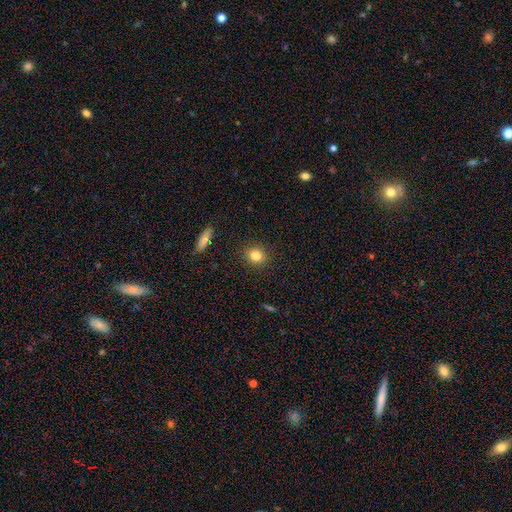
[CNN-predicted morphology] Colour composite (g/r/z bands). It shows a smooth galaxy with no disk features (82%) that is round (79%). Merging: none (90%).